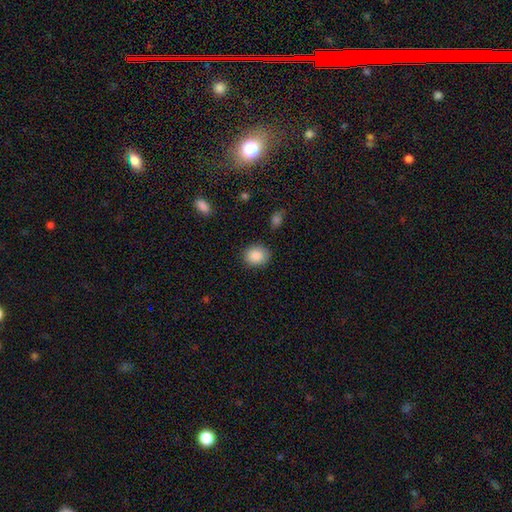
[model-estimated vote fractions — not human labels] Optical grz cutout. It shows a smooth galaxy with no disk features (87%) that is round (62%). Merging: none (85%).